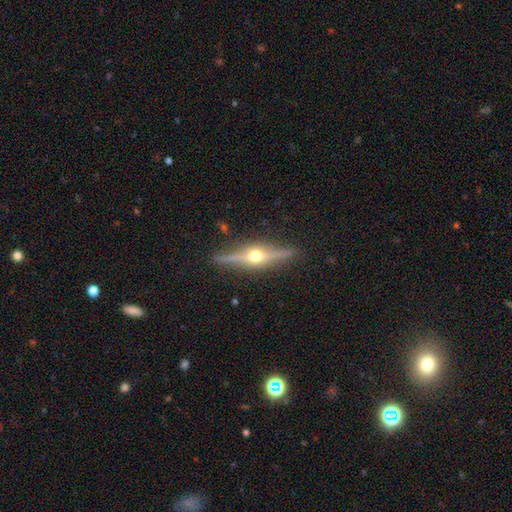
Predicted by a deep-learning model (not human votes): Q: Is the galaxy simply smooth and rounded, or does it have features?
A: featured or disk — 79%.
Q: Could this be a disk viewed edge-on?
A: yes — 97%.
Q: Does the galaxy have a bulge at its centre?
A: rounded — 96%.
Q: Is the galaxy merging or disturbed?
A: none — 89%.